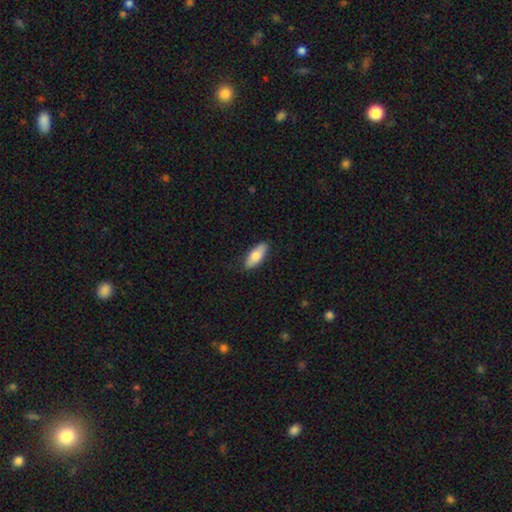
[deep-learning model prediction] This is likely a smooth galaxy (77%). How rounded: likely in between (77%). Merging: clearly none (85%).